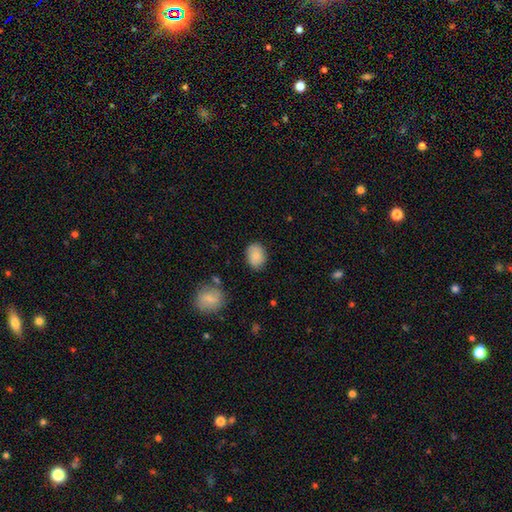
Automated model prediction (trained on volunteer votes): Morphology: type=smooth (82%); roundness=in between (61%); merging=none (79%).